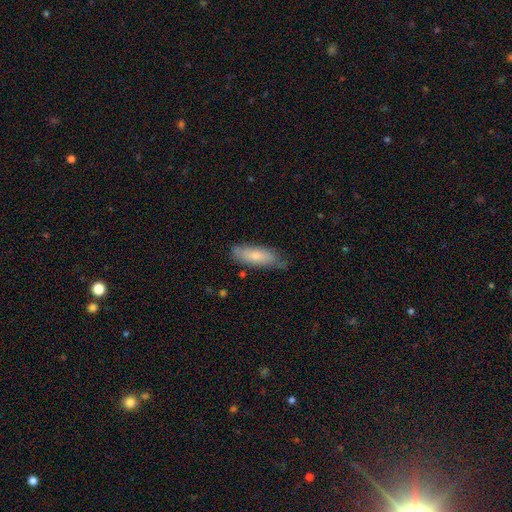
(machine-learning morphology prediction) Smooth or featured? Predicted: smooth (p=0.72). How rounded? Predicted: in between (p=0.58). Merging? Predicted: none (p=0.66).